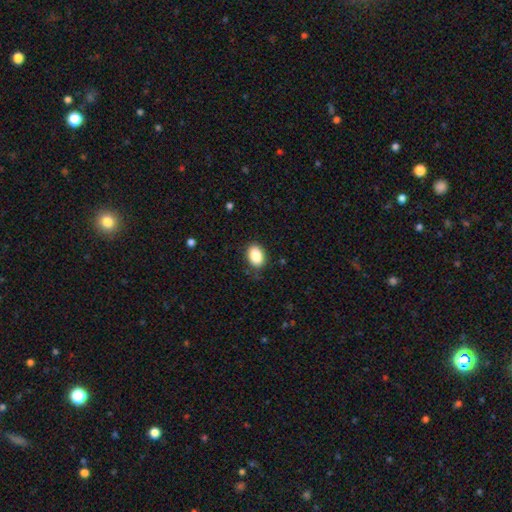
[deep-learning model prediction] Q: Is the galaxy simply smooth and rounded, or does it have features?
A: smooth — 87%.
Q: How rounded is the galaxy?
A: in between — 82%.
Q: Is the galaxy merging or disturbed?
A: none — 83%.